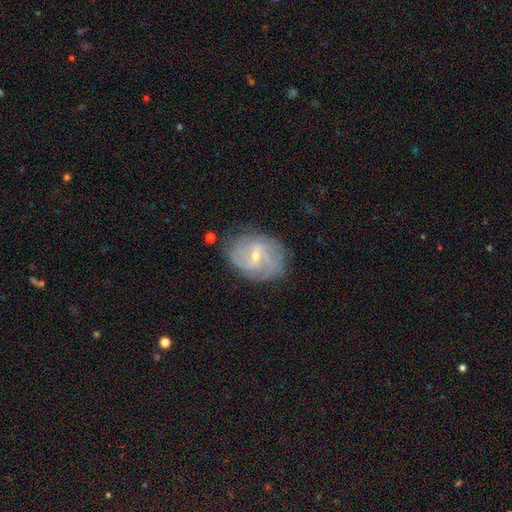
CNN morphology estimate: A featured or disk galaxy (82%) with a weak bar (56%), tight (53%) spiral arms (93%) and a small central bulge (66%).

Vote fractions:
- Smooth or featured? featured or disk: 82% / smooth: 11% / star or artifact: 7%
- Edge-on disk? no: 97% / yes: 3%
- Bar? weak: 56% / no: 25% / strong: 19%
- Spiral arms? yes: 93% / no: 7%
- Spiral winding? tight: 53% / medium: 35% / loose: 12%
- Spiral arm count? can't tell: 32% / 2: 23% / 3: 19% / 4: 15% / more than 4: 6% / 1: 5%
- Bulge size? small: 66% / moderate: 31% / none: 1% / large: 1% / dominant: 1%
- Merging? none: 76% / minor disturbance: 17% / major disturbance: 5% / merger: 2%